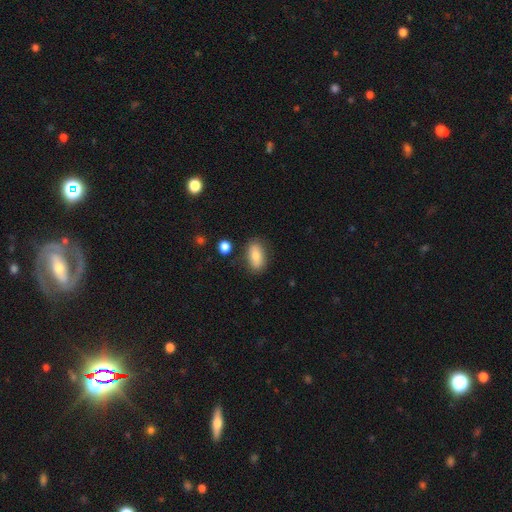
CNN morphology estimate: smooth_or_featured: smooth (p=0.80) [alt: featured or disk p=0.13]
how_rounded: in between (p=0.89) [alt: cigar-shaped p=0.06]
merging: none (p=0.81) [alt: minor disturbance p=0.13]